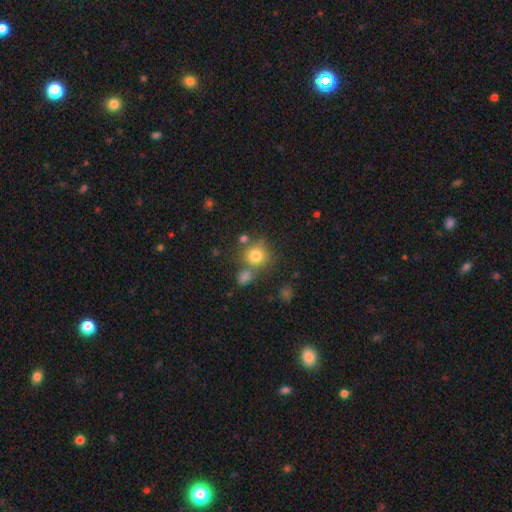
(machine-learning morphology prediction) The model was most divided on "merging": none: 64%, merger: 19%, minor disturbance: 12%, major disturbance: 5%. More confident: how rounded — round (87%); smooth or featured — smooth (78%).